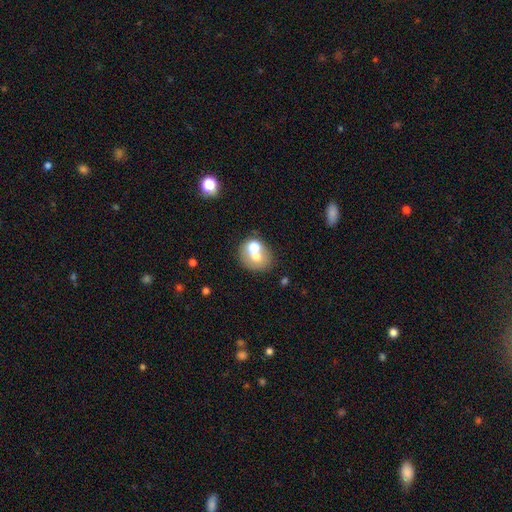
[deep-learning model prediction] A smooth galaxy with no disk features (63%) that is round (64%).

Vote fractions:
- Smooth or featured? smooth: 63% / featured or disk: 26% / star or artifact: 11%
- How rounded? round: 64% / in between: 35% / cigar-shaped: 1%
- Merging? merger: 43% / none: 42% / minor disturbance: 10% / major disturbance: 5%